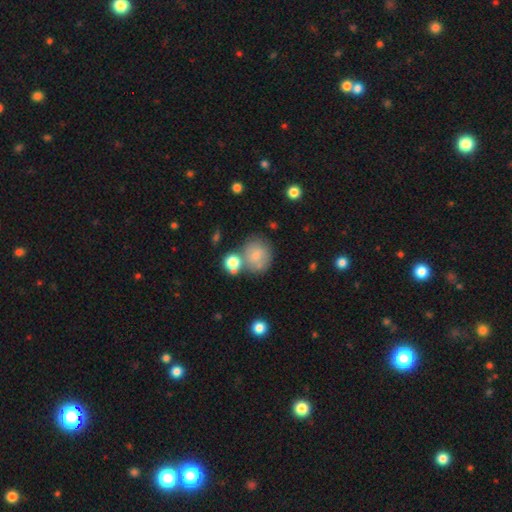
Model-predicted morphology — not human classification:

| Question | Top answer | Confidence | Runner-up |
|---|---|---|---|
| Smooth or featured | smooth | 74% | featured or disk (15%) |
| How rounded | round | 79% | in between (20%) |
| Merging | none | 54% | merger (21%) |